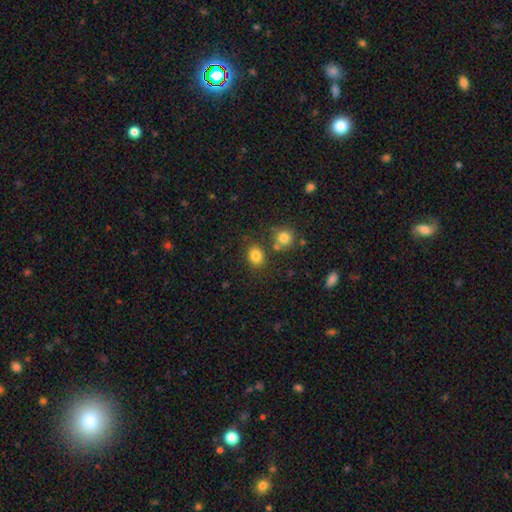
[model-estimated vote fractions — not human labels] smooth_or_featured: smooth (p=0.82) [alt: star or artifact p=0.12]
how_rounded: in between (p=0.50) [alt: round p=0.49]
merging: none (p=0.76) [alt: minor disturbance p=0.11]